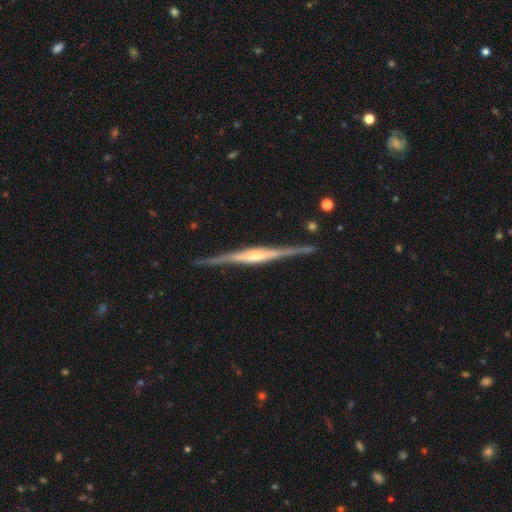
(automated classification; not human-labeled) Overall: featured or disk (86%). Edge-on disk: yes (98%). Edge-on bulge: rounded (66%). Merging: none (87%).